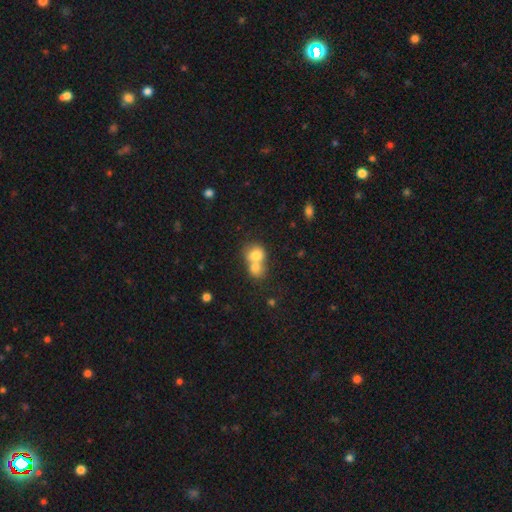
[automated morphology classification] Smooth or featured? smooth (74%)
How rounded? round (64%)
Merging? merger (71%)